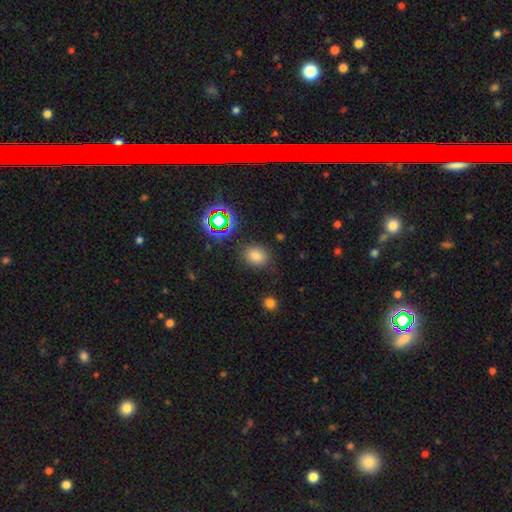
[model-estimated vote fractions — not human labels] The model was most divided on "how rounded": in between: 54%, round: 45%, cigar-shaped: 1%. More confident: merging — none (82%); smooth or featured — smooth (74%).